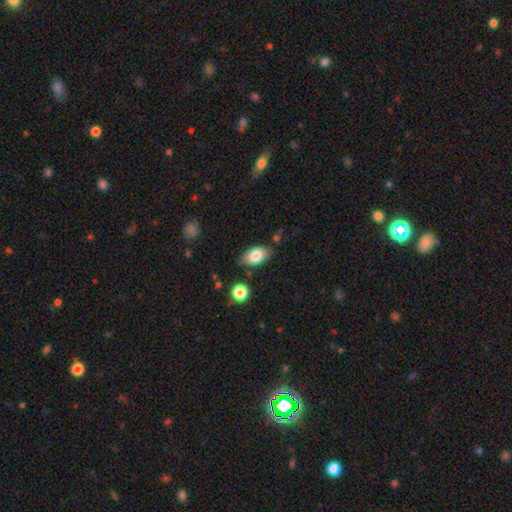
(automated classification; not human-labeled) A smooth galaxy with no disk features (81%) that is in between round and cigar-shaped (91%). Merging: none (77%).